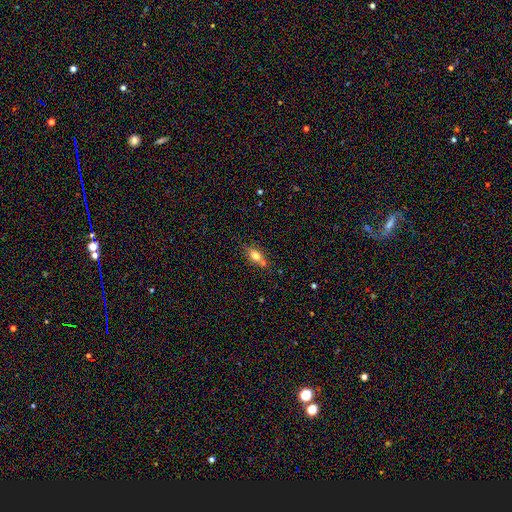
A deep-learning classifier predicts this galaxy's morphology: Smooth or featured? smooth (74%)
How rounded? in between (77%)
Merging? none (56%)